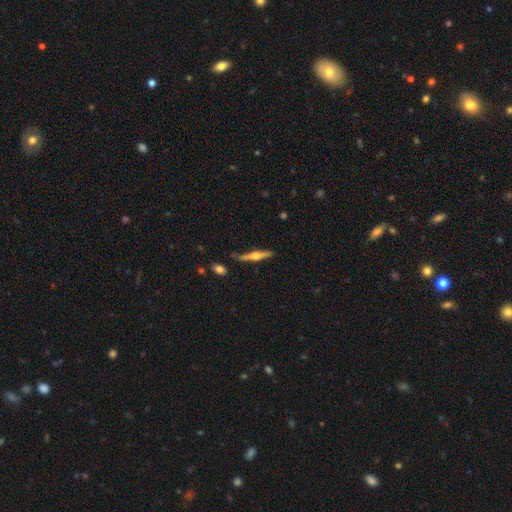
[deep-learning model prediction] This appears to be a featured or disk galaxy (68%) viewed edge-on (97%) with a rounded central bulge (92%). Merging: none (82%).